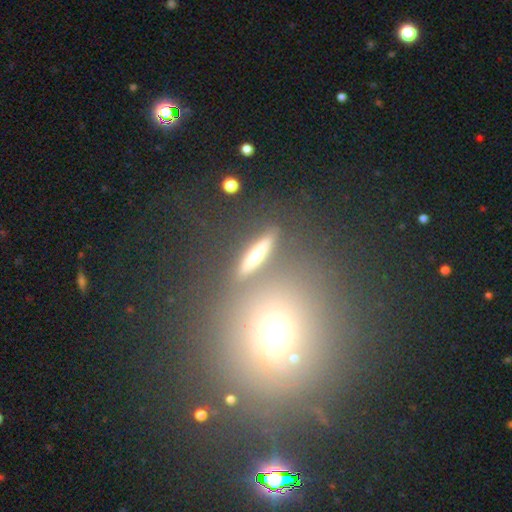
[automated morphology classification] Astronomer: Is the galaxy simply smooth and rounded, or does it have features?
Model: smooth — 52% (runner-up: featured or disk, 30%).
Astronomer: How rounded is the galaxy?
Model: cigar-shaped — 59%.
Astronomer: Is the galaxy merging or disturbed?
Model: none — 80%.